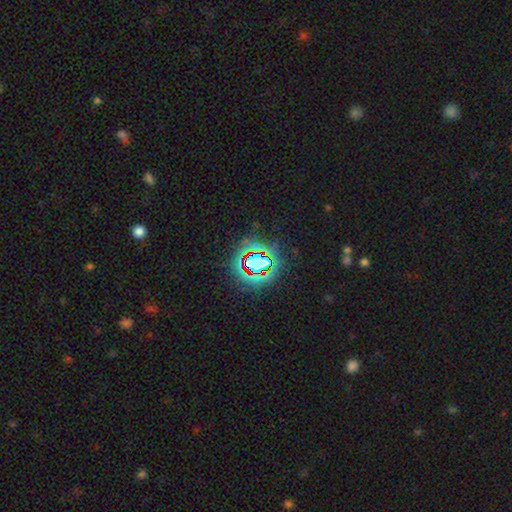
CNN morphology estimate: Overall: star or artifact (77%).